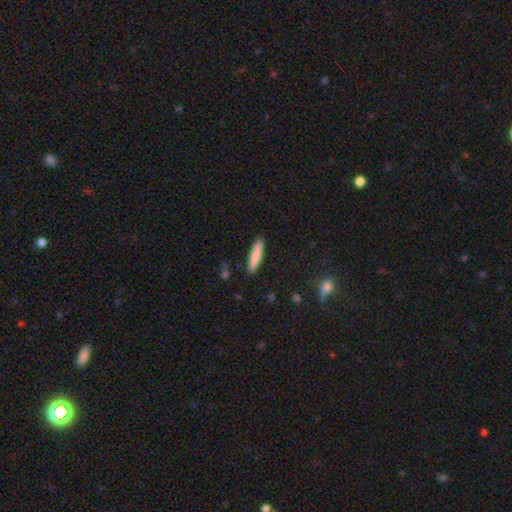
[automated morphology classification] A smooth galaxy with no disk features (82%) that is cigar-shaped (83%). Merging: none (90%).